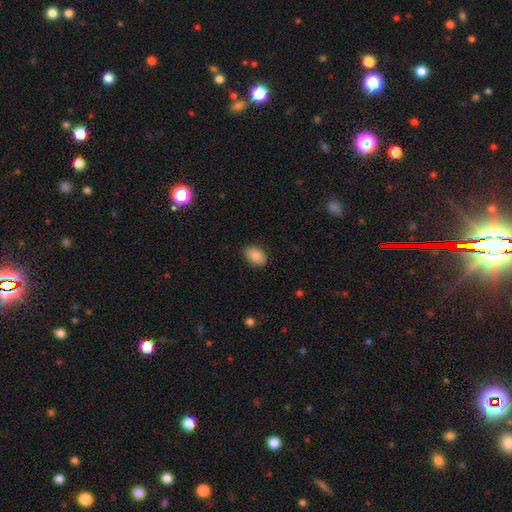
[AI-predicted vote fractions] The model was most divided on "how rounded": in between: 89%, round: 10%, cigar-shaped: 1%. More confident: merging — none (88%); smooth or featured — smooth (86%).